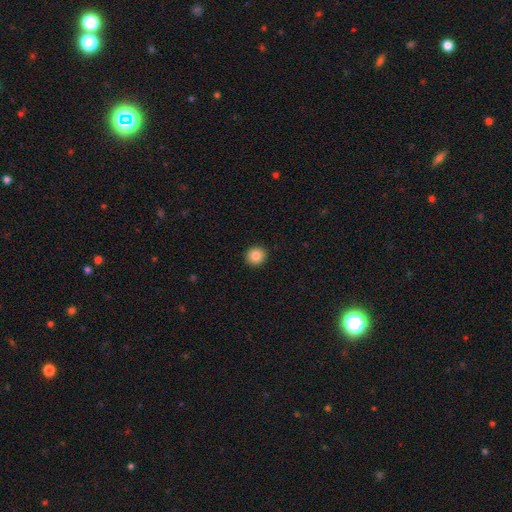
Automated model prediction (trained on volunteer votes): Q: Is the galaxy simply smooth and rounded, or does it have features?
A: smooth — 86%.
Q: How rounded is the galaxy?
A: round — 93%.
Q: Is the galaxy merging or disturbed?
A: none — 93%.